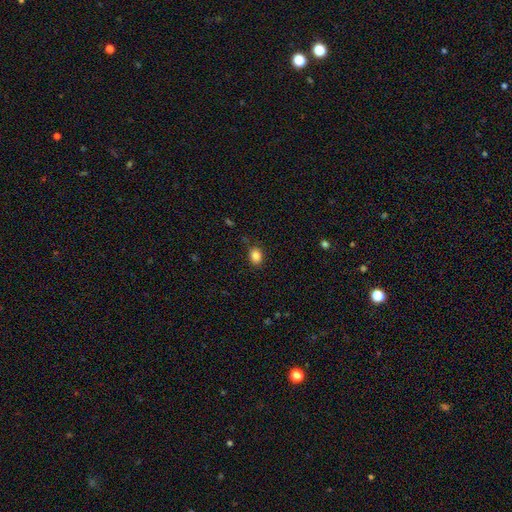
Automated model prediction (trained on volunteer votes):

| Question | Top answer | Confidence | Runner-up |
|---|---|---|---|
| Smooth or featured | smooth | 85% | star or artifact (10%) |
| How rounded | in between | 55% | round (44%) |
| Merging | none | 83% | minor disturbance (12%) |